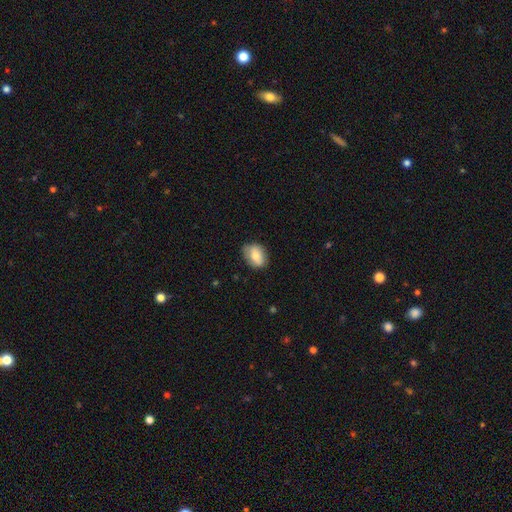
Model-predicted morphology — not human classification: The model was most divided on "smooth or featured": smooth: 65%, featured or disk: 27%, star or artifact: 7%. More confident: merging — none (76%); how rounded — in between (69%).